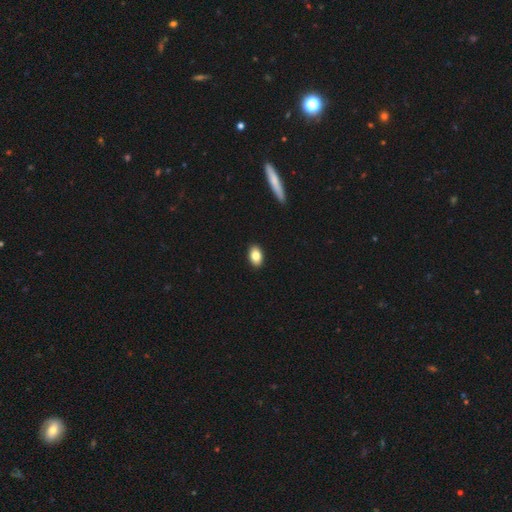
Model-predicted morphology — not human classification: Overall: smooth (83%). How rounded: in between (88%). Merging: none (91%).